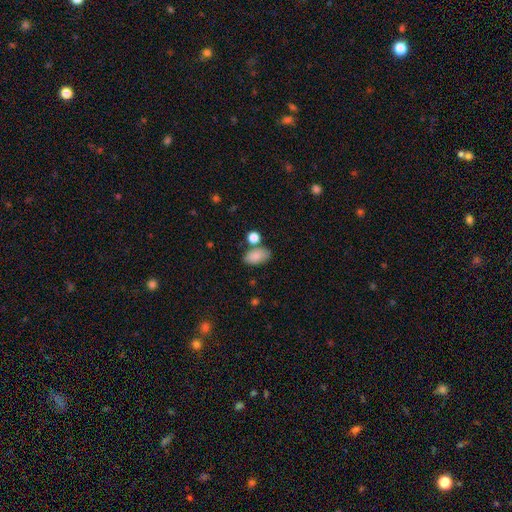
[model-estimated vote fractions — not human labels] smooth_or_featured: smooth (p=0.86) [alt: star or artifact p=0.08]
how_rounded: in between (p=0.91) [alt: round p=0.06]
merging: none (p=0.66) [alt: minor disturbance p=0.15]